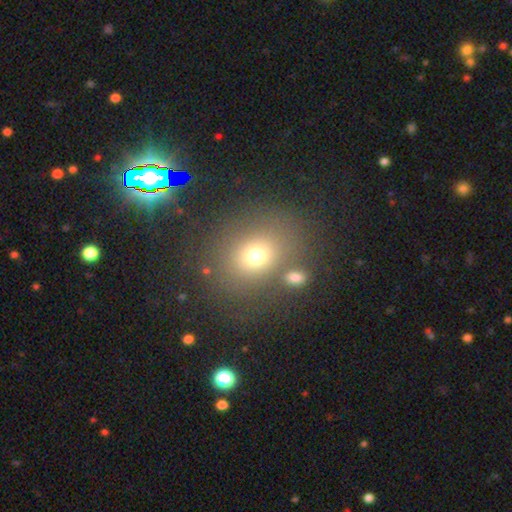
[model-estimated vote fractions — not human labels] Smooth or featured?
  - smooth: 69% *
  - star or artifact: 18%
  - featured or disk: 13%
How rounded?
  - round: 60% *
  - in between: 39%
  - cigar-shaped: 1%
Merging?
  - none: 72% *
  - minor disturbance: 12%
  - merger: 10%
  - major disturbance: 7%